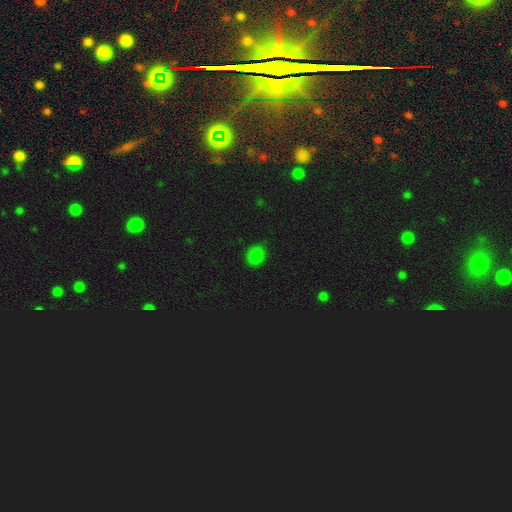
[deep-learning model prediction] The model was most divided on "how rounded": round: 62%, in between: 36%, cigar-shaped: 1%. More confident: merging — none (83%); smooth or featured — smooth (80%).